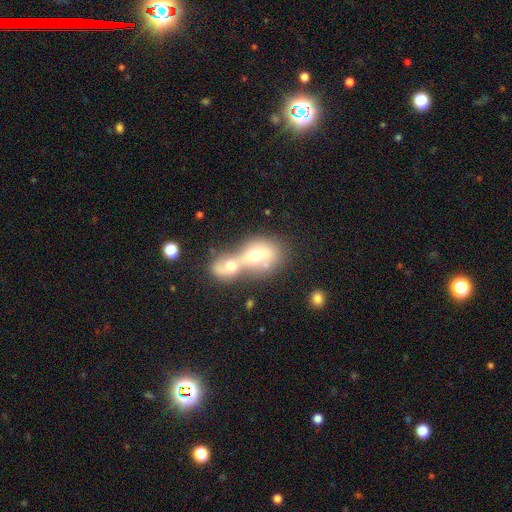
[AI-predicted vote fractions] Smooth or featured? Predicted: smooth (p=0.51). How rounded? Predicted: in between (p=0.52). Merging? Predicted: merger (p=0.77).